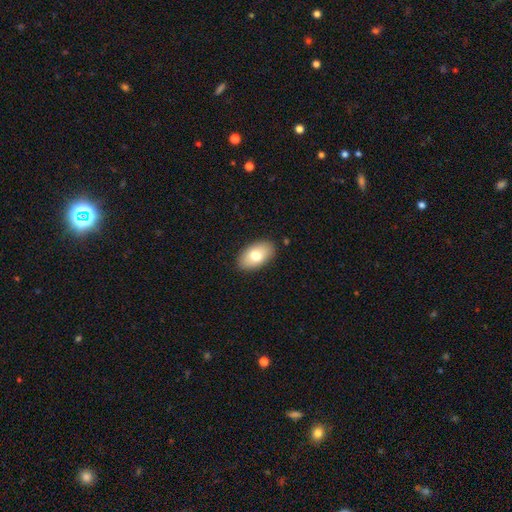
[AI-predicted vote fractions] Overall: smooth (74%). How rounded: in between (93%). Merging: none (87%).